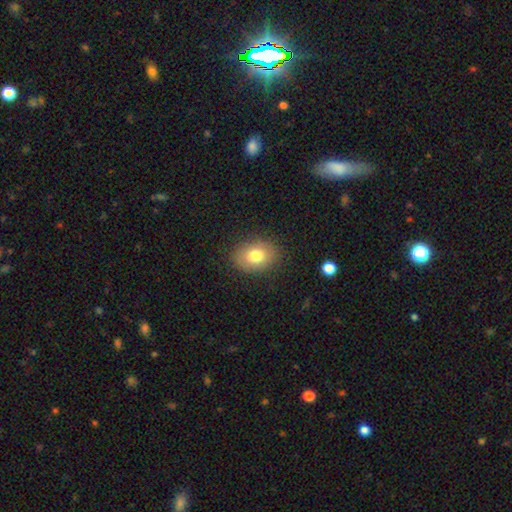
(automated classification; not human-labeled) A smooth galaxy with no disk features (77%) that is in between round and cigar-shaped (71%).

Vote fractions:
- Smooth or featured? smooth: 77% / featured or disk: 14% / star or artifact: 9%
- How rounded? in between: 71% / round: 28% / cigar-shaped: 1%
- Merging? none: 85% / minor disturbance: 11% / major disturbance: 3% / merger: 1%